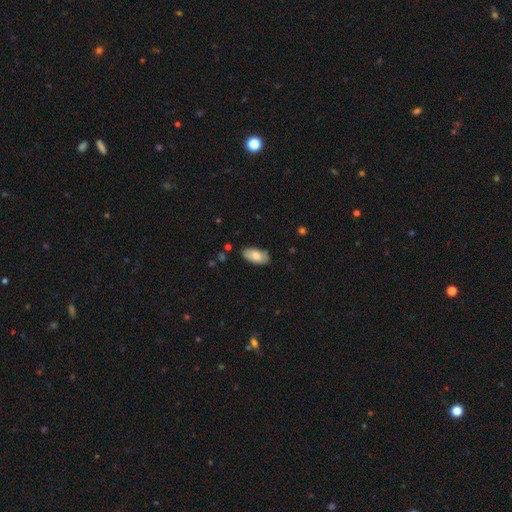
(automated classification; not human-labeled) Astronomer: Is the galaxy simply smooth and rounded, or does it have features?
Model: smooth — 80%.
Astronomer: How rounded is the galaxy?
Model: in between — 94%.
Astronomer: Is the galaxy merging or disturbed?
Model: none — 82%.